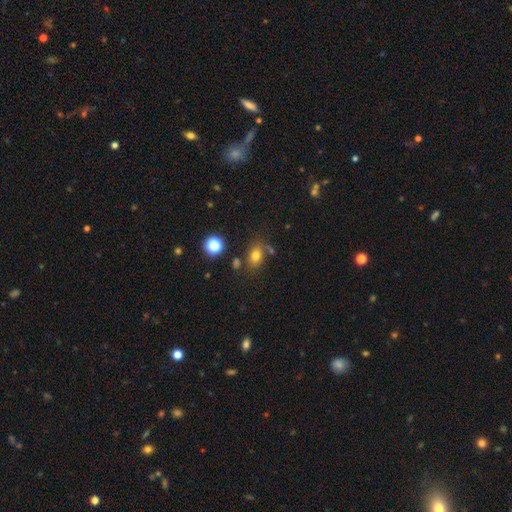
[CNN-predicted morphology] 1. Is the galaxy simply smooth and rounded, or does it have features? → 75% smooth, 15% star or artifact, 10% featured or disk.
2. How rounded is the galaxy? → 66% in between, 32% round, 1% cigar-shaped.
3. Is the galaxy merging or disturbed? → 69% none, 15% minor disturbance, 11% merger, 5% major disturbance.